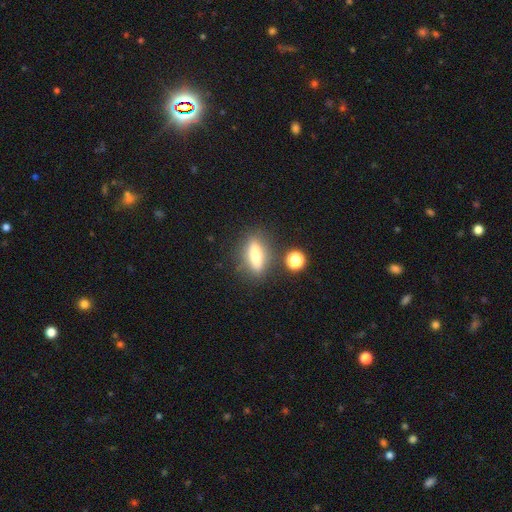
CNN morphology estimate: This is likely a smooth galaxy (67%). How rounded: possibly cigar-shaped (50%). Merging: likely none (80%).